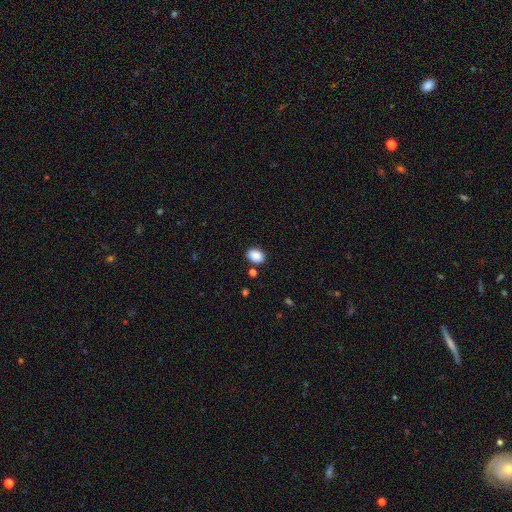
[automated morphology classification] Overall: smooth (88%). How rounded: in between (72%). Merging: none (83%).